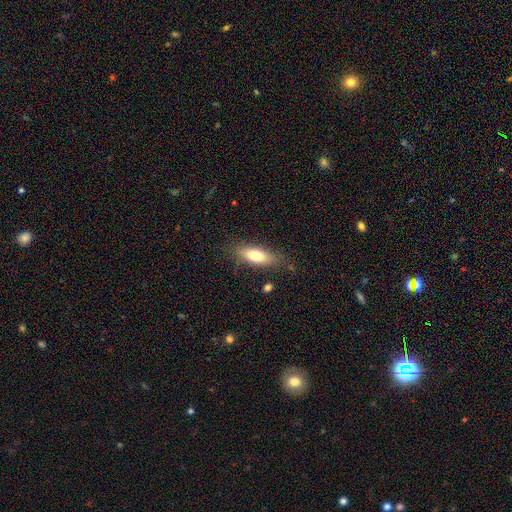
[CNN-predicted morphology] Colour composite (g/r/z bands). It shows a smooth galaxy with no disk features (73%) that is in between round and cigar-shaped (68%). Merging: none (79%).